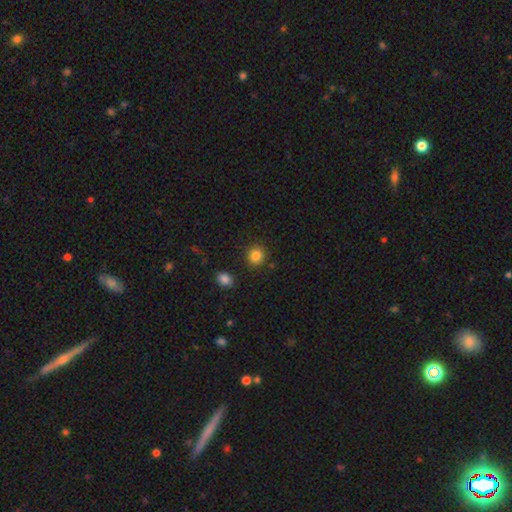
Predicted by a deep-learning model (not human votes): Smooth or featured?
  - smooth: 85% *
  - star or artifact: 11%
  - featured or disk: 5%
How rounded?
  - round: 88% *
  - in between: 11%
  - cigar-shaped: 1%
Merging?
  - none: 89% *
  - minor disturbance: 6%
  - merger: 2%
  - major disturbance: 2%